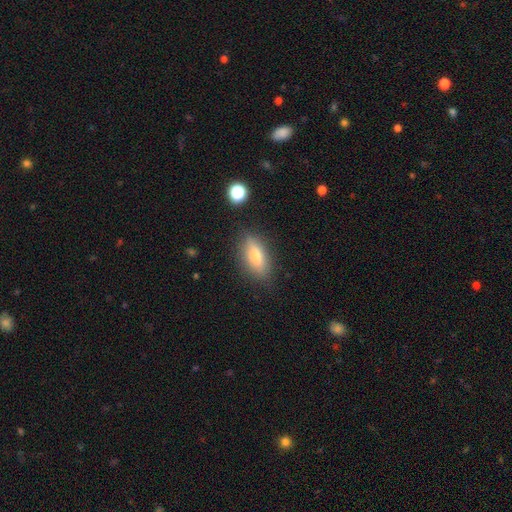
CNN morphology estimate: smooth 67%, featured or disk 25%, star or artifact 8%. Down the decision tree: how rounded — in between (73%); merging — none (82%).